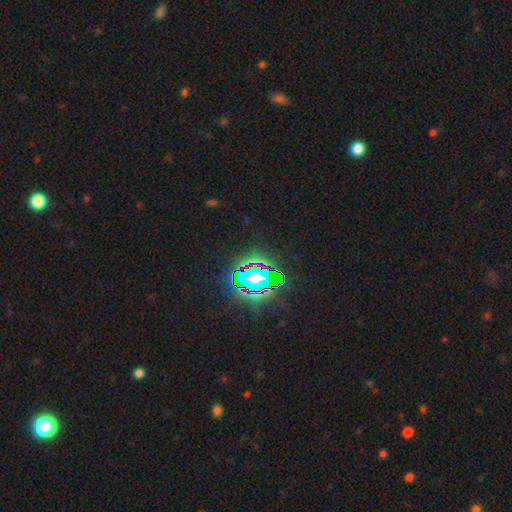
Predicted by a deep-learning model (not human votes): Q: Smooth or featured?
A: star or artifact (84%); runner-up: smooth (10%)